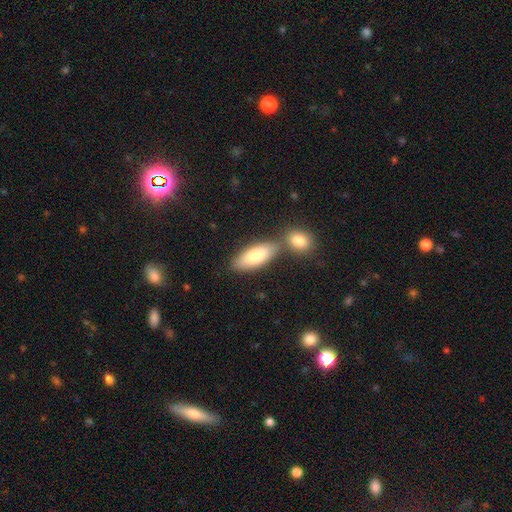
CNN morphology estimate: A smooth galaxy with no disk features (82%) that is in between round and cigar-shaped (79%). Merging: none (57%).